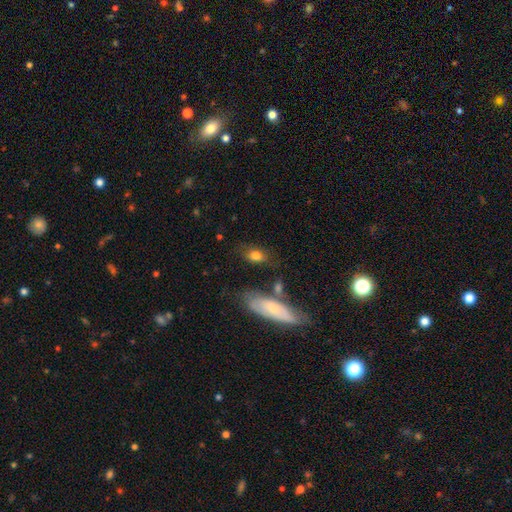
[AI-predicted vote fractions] A smooth galaxy with no disk features (75%) that is in between round and cigar-shaped (78%). Merging: none (62%).